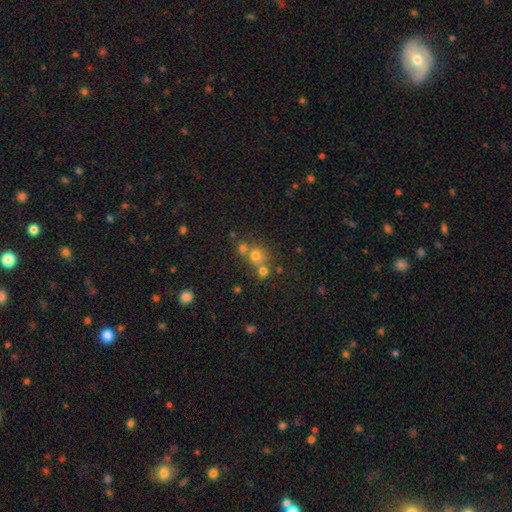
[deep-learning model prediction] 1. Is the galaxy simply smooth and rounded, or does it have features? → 68% smooth, 19% star or artifact, 13% featured or disk.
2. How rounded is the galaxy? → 84% round, 15% in between, 1% cigar-shaped.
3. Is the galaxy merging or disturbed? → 49% none, 40% merger, 8% minor disturbance, 4% major disturbance.